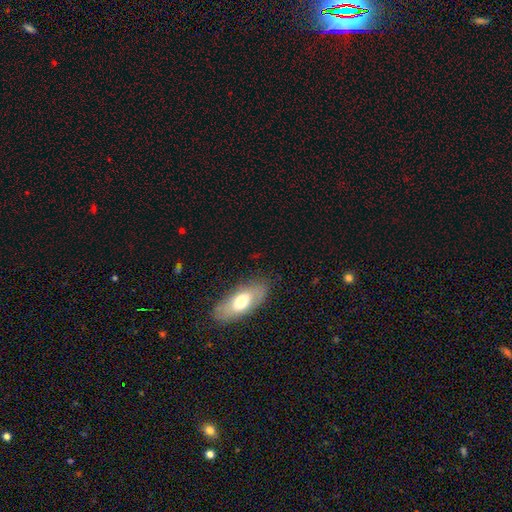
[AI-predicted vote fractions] A smooth galaxy with no disk features (59%) that is in between round and cigar-shaped (71%). Merging: none (74%).